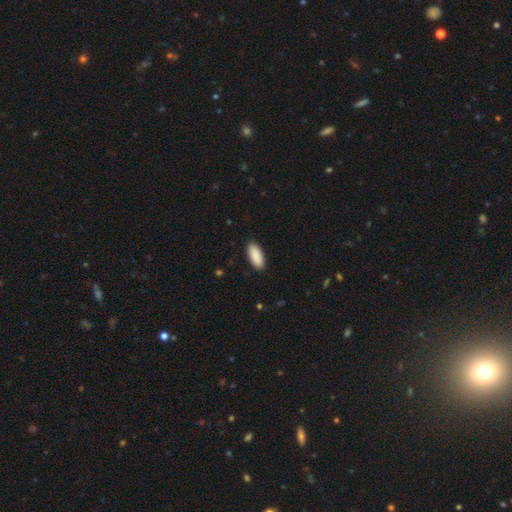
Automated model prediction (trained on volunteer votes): Q: Smooth or featured?
A: smooth (91%); runner-up: star or artifact (6%)
Q: How rounded?
A: in between (86%); runner-up: cigar-shaped (12%)
Q: Merging?
A: none (90%); runner-up: minor disturbance (7%)